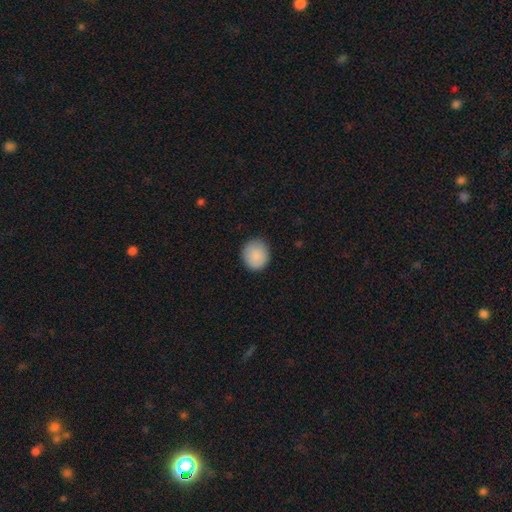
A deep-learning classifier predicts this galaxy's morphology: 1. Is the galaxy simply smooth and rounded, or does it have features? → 89% smooth, 7% star or artifact, 4% featured or disk.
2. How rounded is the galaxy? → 86% round, 13% in between, 1% cigar-shaped.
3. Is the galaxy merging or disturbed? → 88% none, 9% minor disturbance, 2% major disturbance, 1% merger.